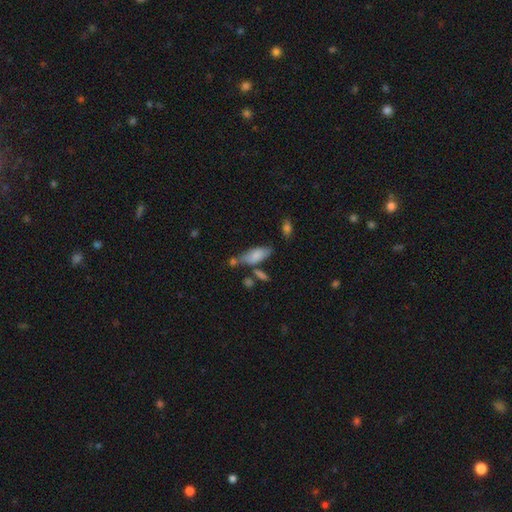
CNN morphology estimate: Smooth or featured? smooth (78%)
How rounded? in between (76%)
Merging? none (51%)